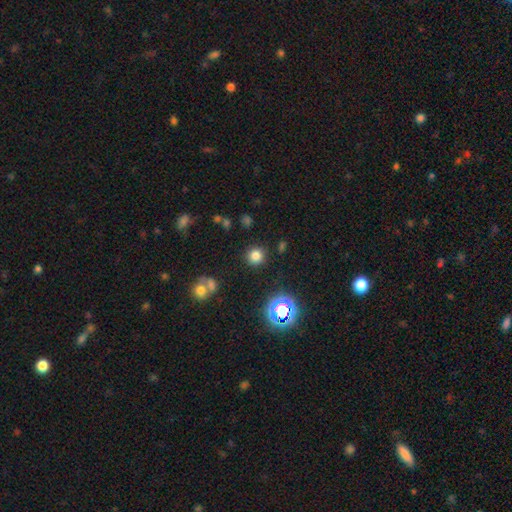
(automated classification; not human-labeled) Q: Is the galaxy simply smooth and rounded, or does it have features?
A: smooth — 77%.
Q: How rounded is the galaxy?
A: round — 92%.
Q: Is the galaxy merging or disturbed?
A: none — 88%.